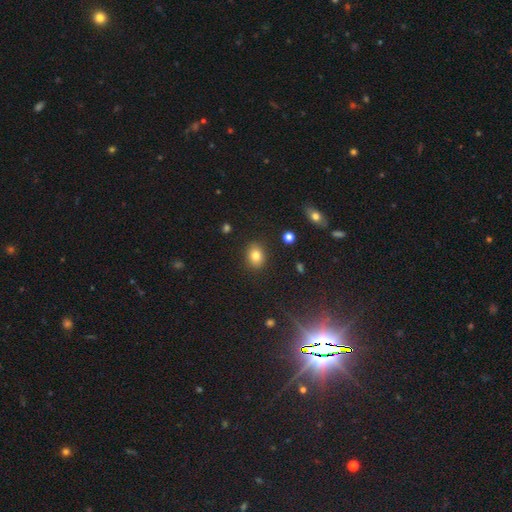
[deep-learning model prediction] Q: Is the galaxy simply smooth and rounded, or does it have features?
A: smooth — 80%.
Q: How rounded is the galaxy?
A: in between — 57%.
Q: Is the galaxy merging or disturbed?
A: none — 87%.